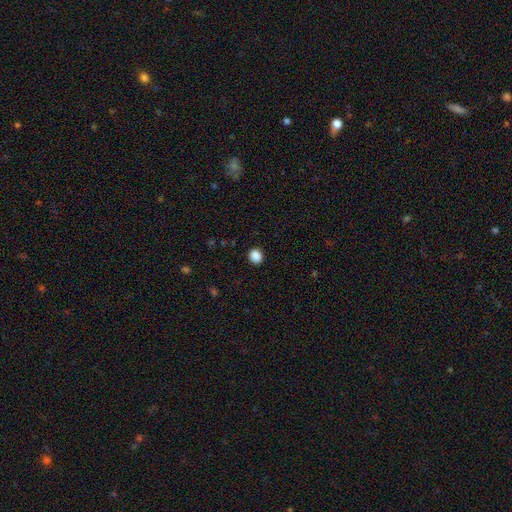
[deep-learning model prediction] Q: Smooth or featured?
A: smooth (88%); runner-up: star or artifact (10%)
Q: How rounded?
A: round (64%); runner-up: in between (35%)
Q: Merging?
A: none (90%); runner-up: minor disturbance (7%)